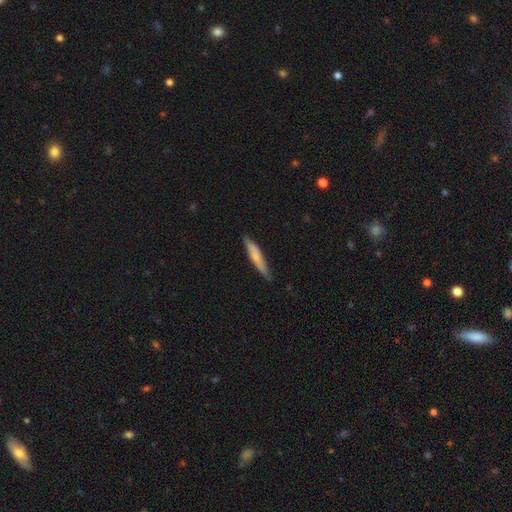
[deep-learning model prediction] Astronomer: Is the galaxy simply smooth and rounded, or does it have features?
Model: smooth — 64%.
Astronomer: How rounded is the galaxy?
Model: cigar-shaped — 91%.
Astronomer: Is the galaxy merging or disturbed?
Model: none — 82%.